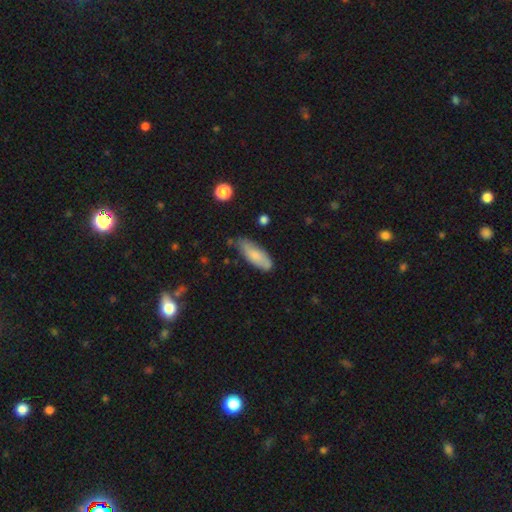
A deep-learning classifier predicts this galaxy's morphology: A smooth galaxy with no disk features (78%) that is in between round and cigar-shaped (68%).

Vote fractions:
- Smooth or featured? smooth: 78% / featured or disk: 16% / star or artifact: 6%
- How rounded? in between: 68% / cigar-shaped: 30% / round: 2%
- Merging? none: 65% / minor disturbance: 27% / major disturbance: 5% / merger: 3%